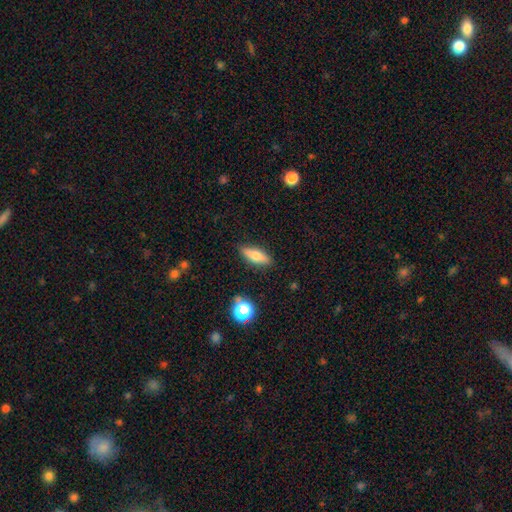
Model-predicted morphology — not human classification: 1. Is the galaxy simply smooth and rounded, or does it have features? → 59% smooth, 33% featured or disk, 8% star or artifact.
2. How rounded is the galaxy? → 50% cigar-shaped, 46% in between, 3% round.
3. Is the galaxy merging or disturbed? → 87% none, 9% minor disturbance, 2% major disturbance, 2% merger.